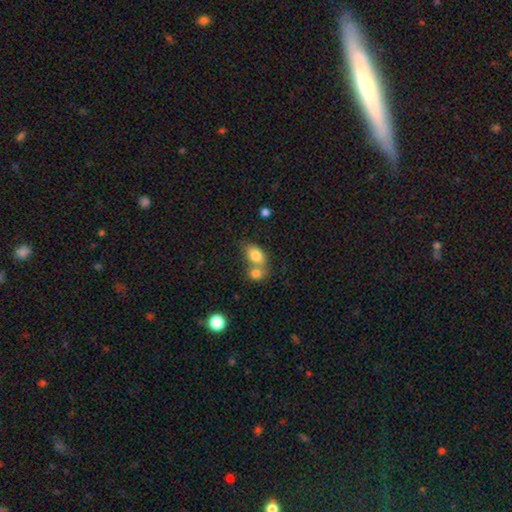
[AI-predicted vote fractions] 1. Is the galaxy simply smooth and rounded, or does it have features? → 80% smooth, 12% featured or disk, 8% star or artifact.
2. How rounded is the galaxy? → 79% in between, 19% round, 2% cigar-shaped.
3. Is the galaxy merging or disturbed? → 55% merger, 31% none, 9% minor disturbance, 4% major disturbance.